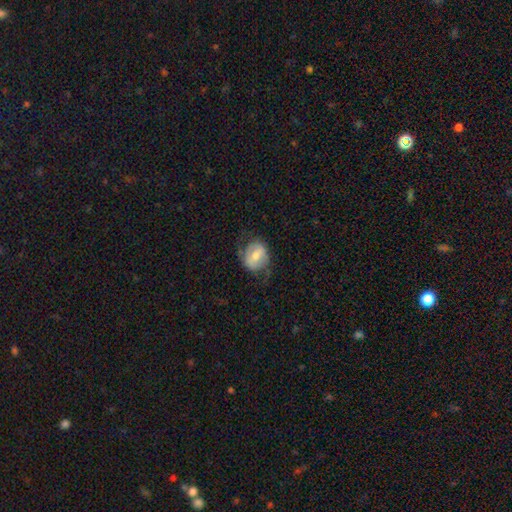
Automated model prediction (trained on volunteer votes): Smooth or featured? Predicted: smooth (p=0.48). Merging? Predicted: none (p=0.57).